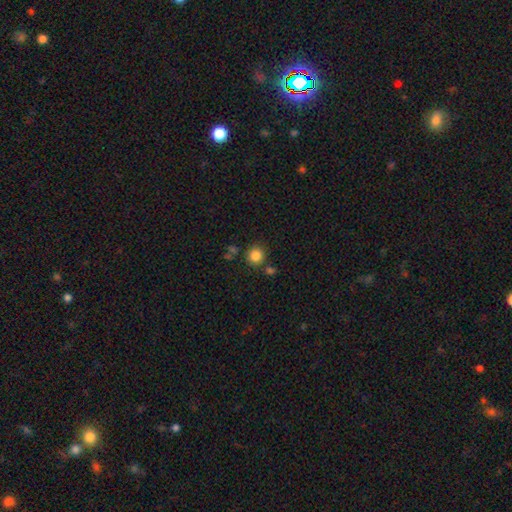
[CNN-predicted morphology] Smooth or featured? Predicted: smooth (p=0.84). How rounded? Predicted: round (p=0.92). Merging? Predicted: none (p=0.80).